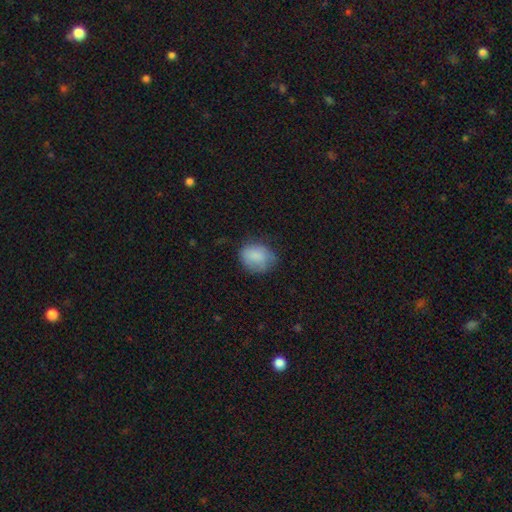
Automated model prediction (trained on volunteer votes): Q: Smooth or featured?
A: smooth (82%); runner-up: featured or disk (11%)
Q: How rounded?
A: round (58%); runner-up: in between (41%)
Q: Merging?
A: none (62%); runner-up: minor disturbance (28%)